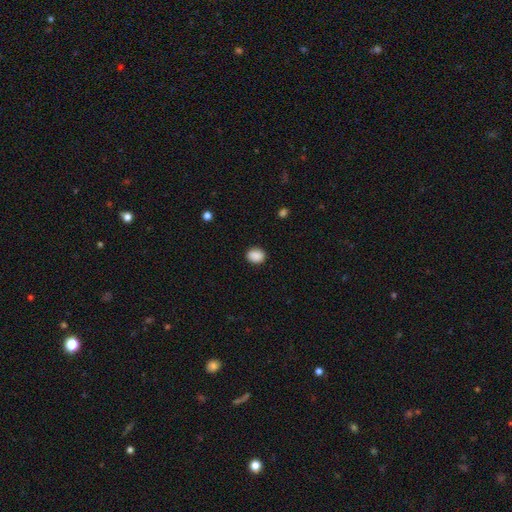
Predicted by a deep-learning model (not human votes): Smooth or featured? smooth (89%)
How rounded? round (50%)
Merging? none (87%)